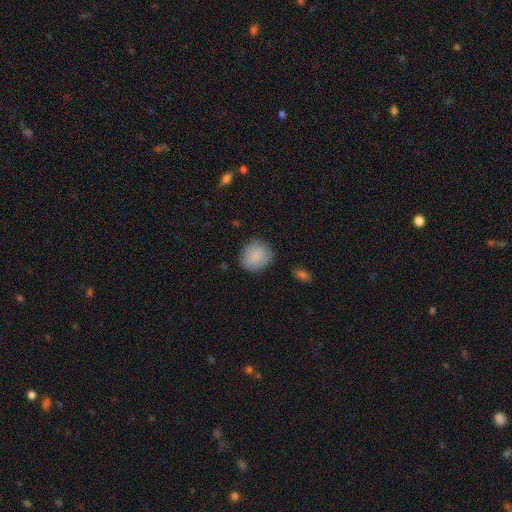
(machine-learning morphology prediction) This is clearly a smooth galaxy (84%). How rounded: likely round (80%). Merging: clearly none (81%).